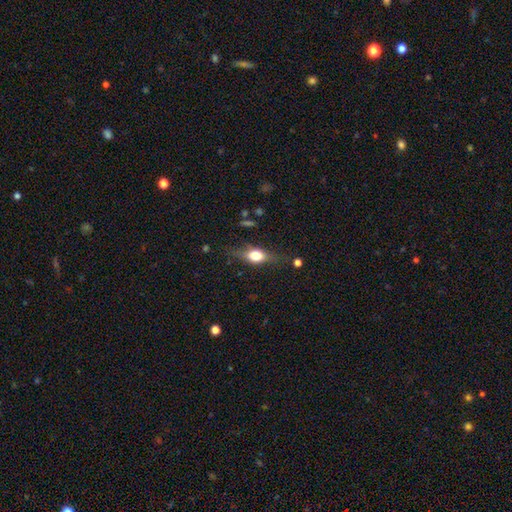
Morphology: type=smooth (68%); roundness=in between (46%); merging=none (65%).